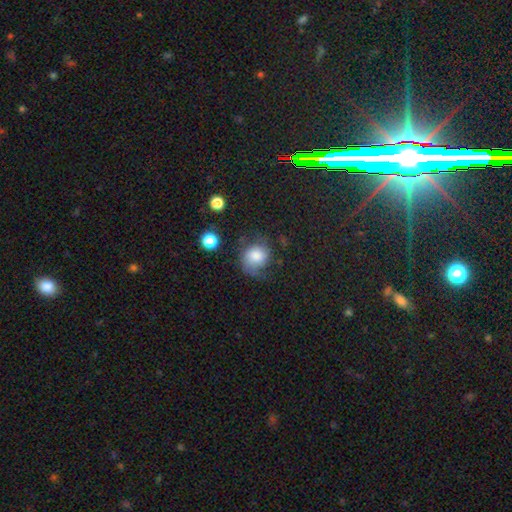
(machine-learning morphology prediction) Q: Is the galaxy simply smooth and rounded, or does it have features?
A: smooth — 63%.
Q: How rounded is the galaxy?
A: round — 70%.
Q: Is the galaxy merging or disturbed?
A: none — 51%.